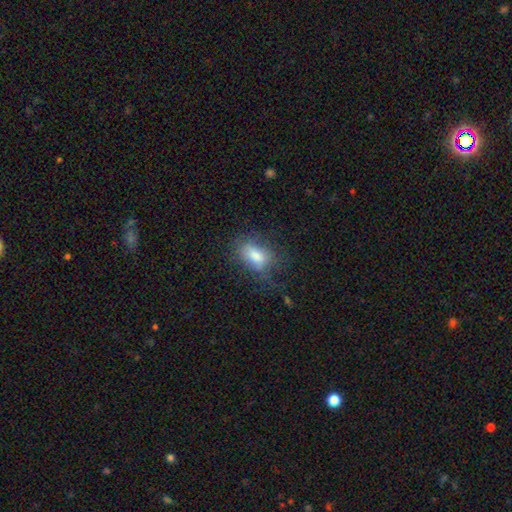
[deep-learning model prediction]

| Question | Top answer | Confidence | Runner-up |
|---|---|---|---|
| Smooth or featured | smooth | 76% | featured or disk (14%) |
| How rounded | in between | 86% | round (10%) |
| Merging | none | 55% | minor disturbance (26%) |